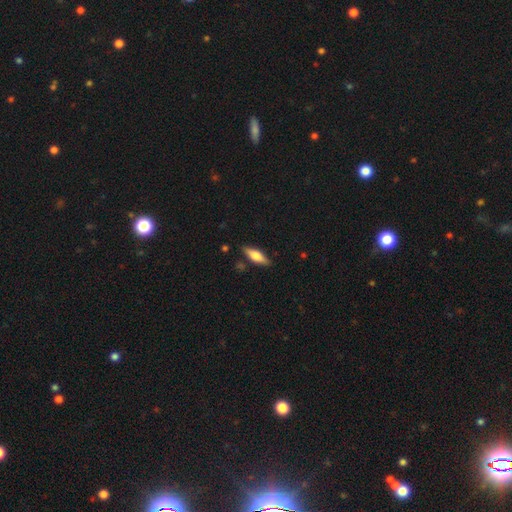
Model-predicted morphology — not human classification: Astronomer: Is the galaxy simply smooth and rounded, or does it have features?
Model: smooth — 60%.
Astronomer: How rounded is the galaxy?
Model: in between — 53% (runner-up: cigar-shaped, 45%).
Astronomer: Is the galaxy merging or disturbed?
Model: none — 84%.